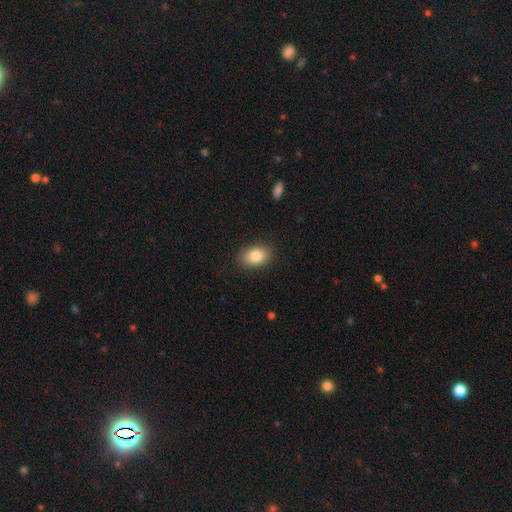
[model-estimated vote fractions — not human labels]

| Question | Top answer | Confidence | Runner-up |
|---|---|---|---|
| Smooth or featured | smooth | 84% | featured or disk (8%) |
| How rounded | in between | 80% | round (19%) |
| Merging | none | 88% | minor disturbance (9%) |